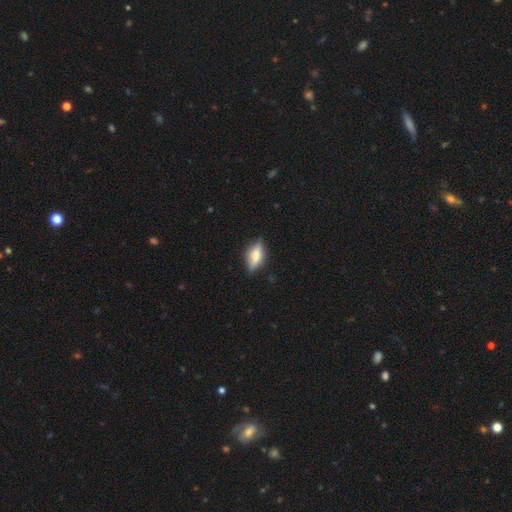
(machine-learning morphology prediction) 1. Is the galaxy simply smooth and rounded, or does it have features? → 49% smooth, 42% featured or disk, 8% star or artifact.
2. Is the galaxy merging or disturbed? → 80% none, 15% minor disturbance, 4% major disturbance, 1% merger.